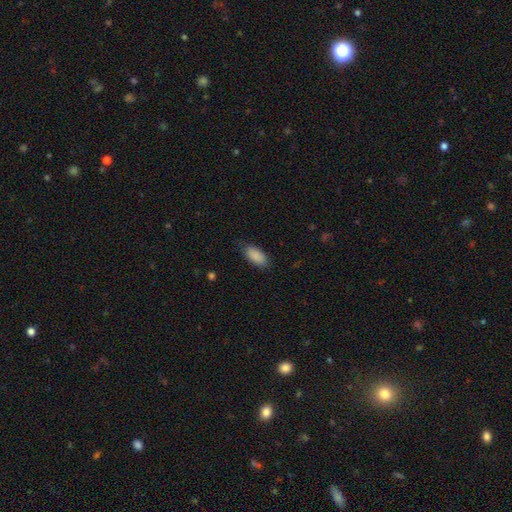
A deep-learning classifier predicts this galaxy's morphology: smooth 89%, star or artifact 6%, featured or disk 4%. Down the decision tree: how rounded — in between (91%); merging — none (79%).